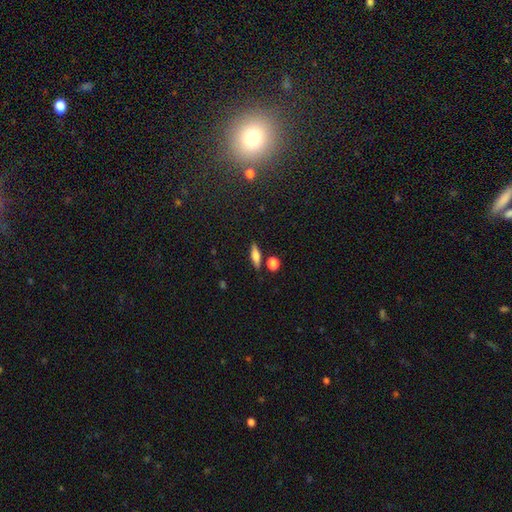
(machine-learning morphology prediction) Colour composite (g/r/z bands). It shows a smooth galaxy with no disk features (54%) that is cigar-shaped (50%). Merging: none (81%).